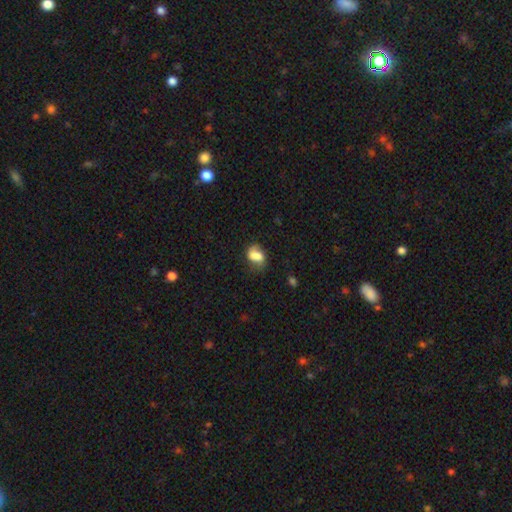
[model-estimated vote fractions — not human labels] smooth 67%, featured or disk 24%, star or artifact 10%. Down the decision tree: how rounded — in between (75%); merging — none (45%).